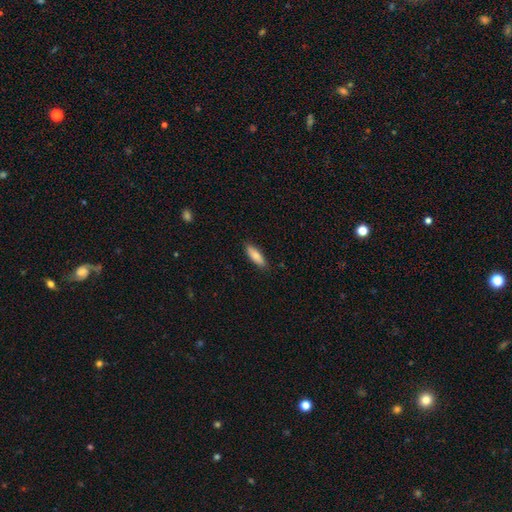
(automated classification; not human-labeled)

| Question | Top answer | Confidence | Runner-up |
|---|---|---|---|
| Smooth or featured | smooth | 80% | featured or disk (14%) |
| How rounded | in between | 57% | cigar-shaped (41%) |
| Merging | none | 87% | minor disturbance (10%) |